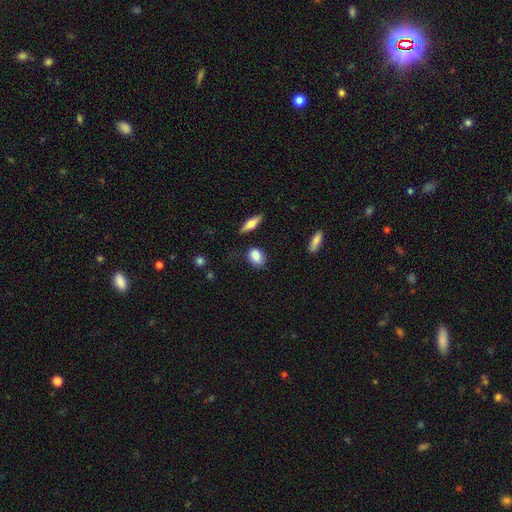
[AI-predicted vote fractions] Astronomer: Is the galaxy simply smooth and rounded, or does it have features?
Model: smooth — 85%.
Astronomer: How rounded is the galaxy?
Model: in between — 77%.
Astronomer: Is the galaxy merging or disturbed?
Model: none — 75%.